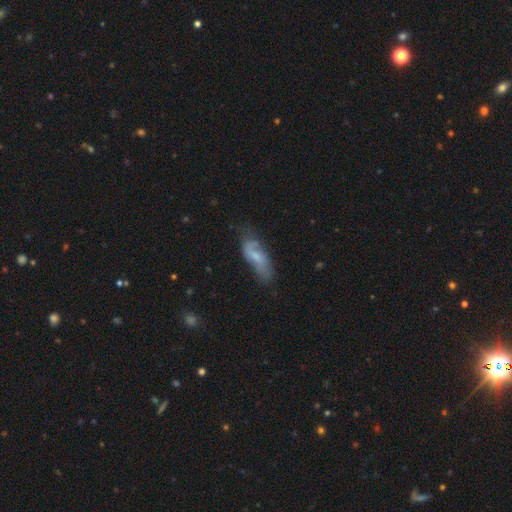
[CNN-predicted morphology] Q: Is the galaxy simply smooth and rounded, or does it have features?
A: featured or disk — 51%.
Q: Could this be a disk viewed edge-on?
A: no — 85%.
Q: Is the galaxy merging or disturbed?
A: none — 54%.